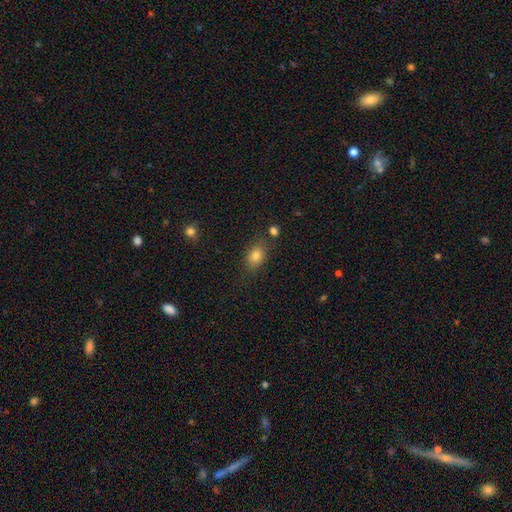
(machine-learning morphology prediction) Smooth or featured?
  - smooth: 80% *
  - star or artifact: 12%
  - featured or disk: 8%
How rounded?
  - in between: 73% *
  - round: 24%
  - cigar-shaped: 3%
Merging?
  - none: 76% *
  - minor disturbance: 15%
  - merger: 5%
  - major disturbance: 5%